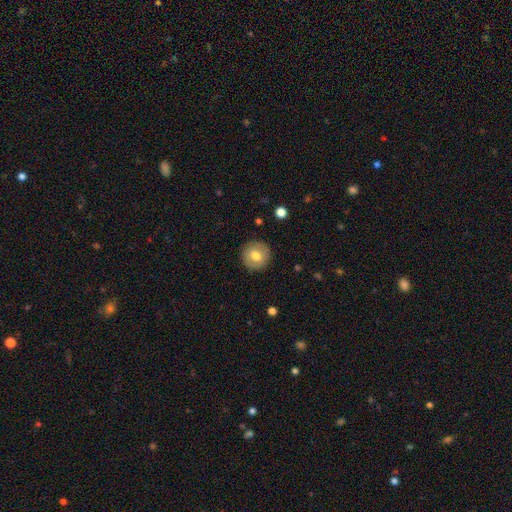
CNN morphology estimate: This is likely a smooth galaxy (70%). How rounded: clearly round (93%). Merging: clearly none (89%).